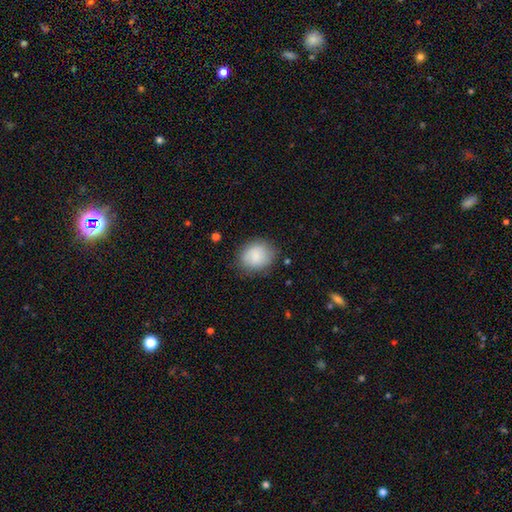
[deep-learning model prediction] This is clearly a smooth galaxy (85%). How rounded: likely round (65%). Merging: likely none (78%).